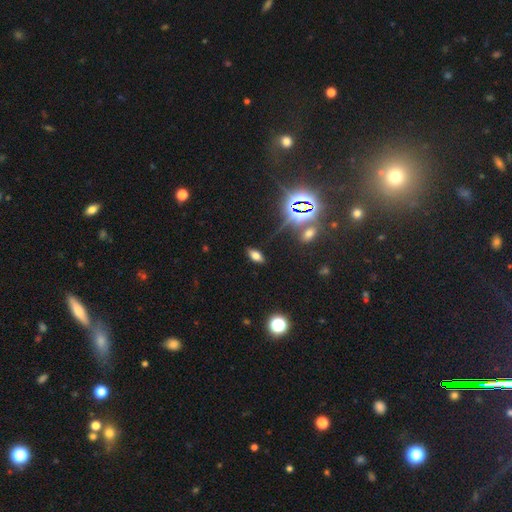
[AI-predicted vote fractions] Overall: smooth (65%). How rounded: in between (88%). Merging: none (86%).